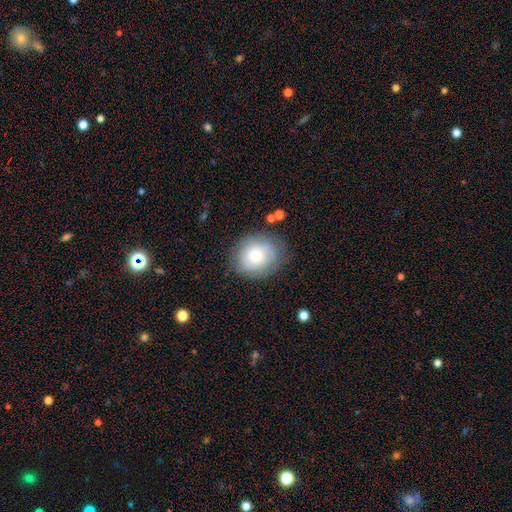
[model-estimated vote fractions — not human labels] A smooth galaxy with no disk features (65%) that is round (71%).

Vote fractions:
- Smooth or featured? smooth: 65% / featured or disk: 27% / star or artifact: 8%
- How rounded? round: 71% / in between: 28% / cigar-shaped: 1%
- Merging? none: 73% / minor disturbance: 18% / major disturbance: 7% / merger: 2%